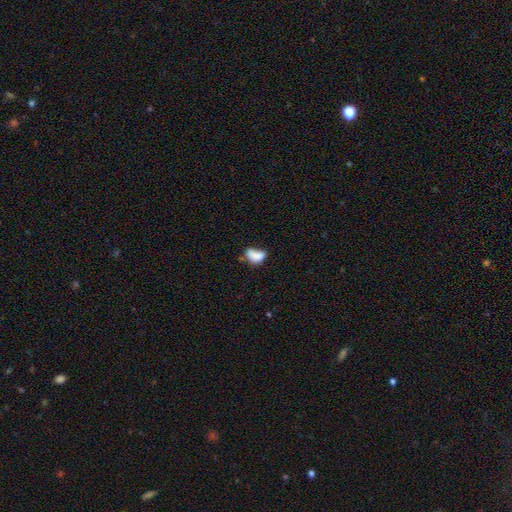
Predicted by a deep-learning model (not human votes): Morphology: type=smooth (75%); roundness=in between (86%); merging=none (28%).